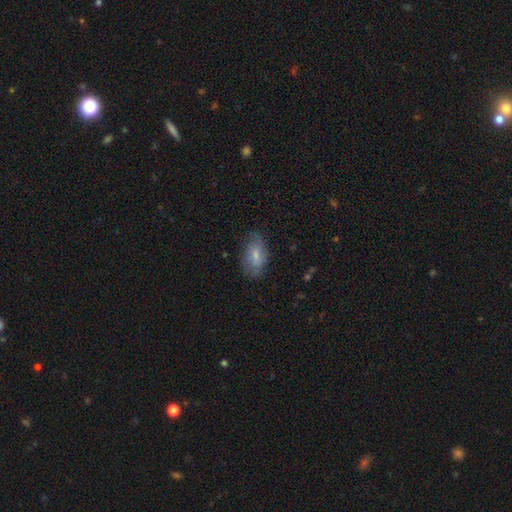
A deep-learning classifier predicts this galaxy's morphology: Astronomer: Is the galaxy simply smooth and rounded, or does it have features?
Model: smooth — 68%.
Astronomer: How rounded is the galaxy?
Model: in between — 91%.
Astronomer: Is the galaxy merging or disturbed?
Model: none — 70%.